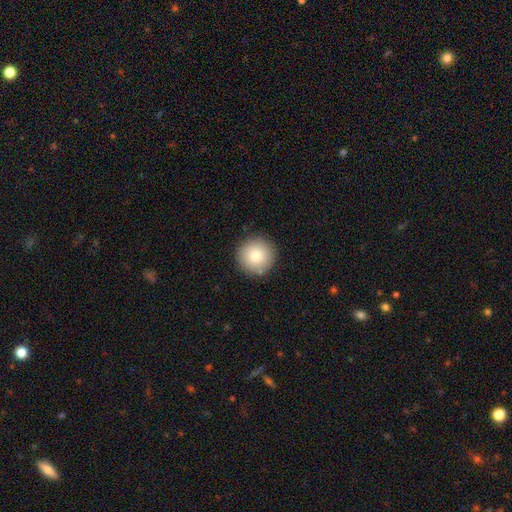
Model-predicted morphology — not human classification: A smooth galaxy with no disk features (84%) that is round (95%).

Vote fractions:
- Smooth or featured? smooth: 84% / star or artifact: 8% / featured or disk: 8%
- How rounded? round: 95% / in between: 4% / cigar-shaped: 1%
- Merging? none: 89% / minor disturbance: 7% / major disturbance: 2% / merger: 2%